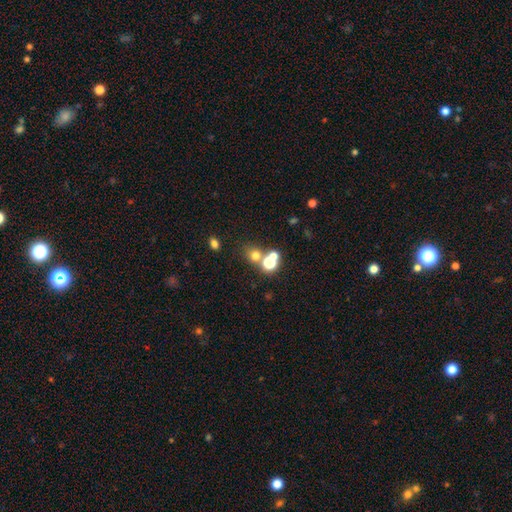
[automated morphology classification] type=smooth (66%); roundness=round (80%); merging=none (57%).